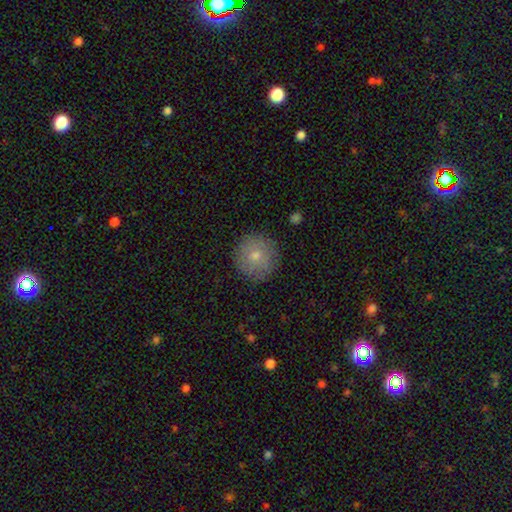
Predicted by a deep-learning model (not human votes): smooth_or_featured: smooth (p=0.76) [alt: featured or disk p=0.15]
how_rounded: round (p=0.94) [alt: in between p=0.05]
merging: none (p=0.86) [alt: minor disturbance p=0.10]